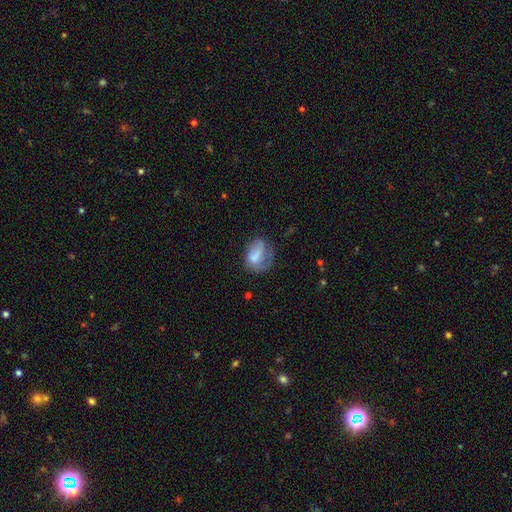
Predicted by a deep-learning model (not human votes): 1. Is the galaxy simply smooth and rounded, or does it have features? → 59% smooth, 33% featured or disk, 8% star or artifact.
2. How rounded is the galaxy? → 69% in between, 29% round, 2% cigar-shaped.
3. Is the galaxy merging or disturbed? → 37% none, 31% major disturbance, 29% minor disturbance, 3% merger.